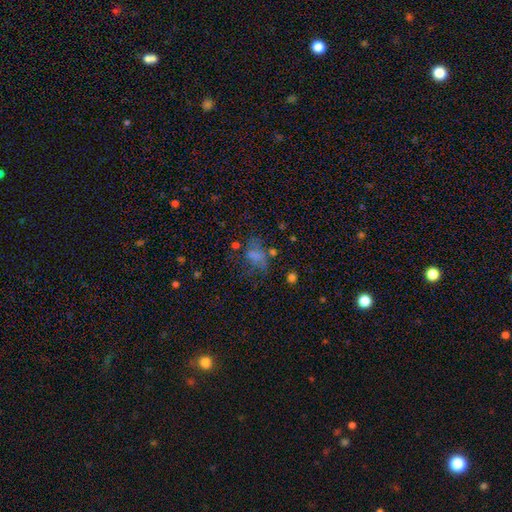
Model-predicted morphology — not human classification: Smooth or featured: smooth — 56% (featured or disk — 25%)
How rounded: in between — 79% (round — 17%)
Merging: none — 37% (major disturbance — 33%)